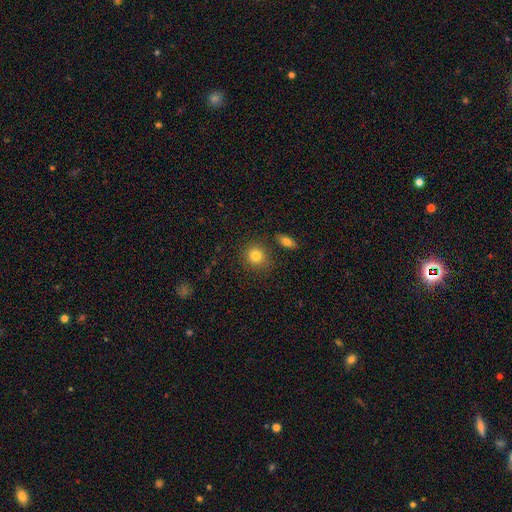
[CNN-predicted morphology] smooth 83%, star or artifact 10%, featured or disk 7%. Down the decision tree: how rounded — round (84%); merging — none (83%).